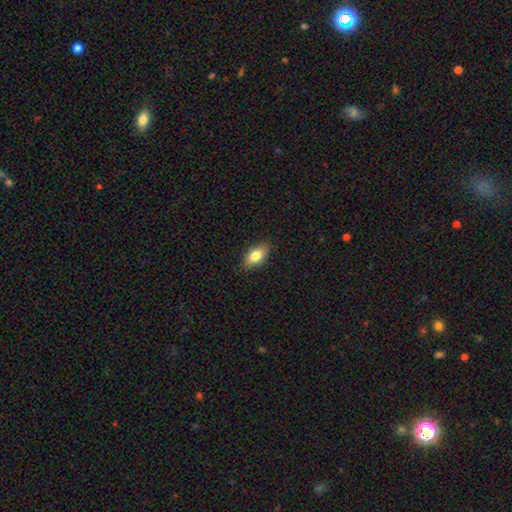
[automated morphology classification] smooth-or-featured: smooth: 80% | featured or disk: 12% | star or artifact: 7%
  how-rounded: in between: 89% | cigar-shaped: 6% | round: 5%
  merging: none: 86% | minor disturbance: 11% | major disturbance: 2% | merger: 1%